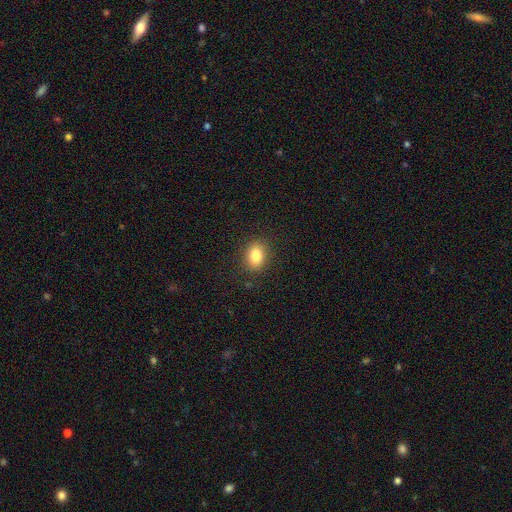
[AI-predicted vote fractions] smooth 83%, star or artifact 10%, featured or disk 7%. Down the decision tree: how rounded — in between (66%); merging — none (87%).